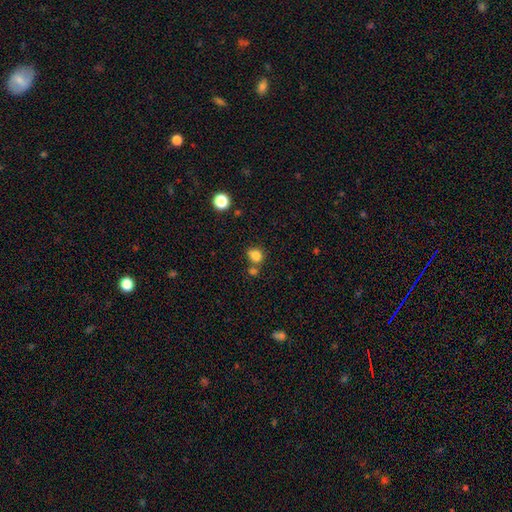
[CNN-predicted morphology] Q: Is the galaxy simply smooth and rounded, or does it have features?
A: smooth — 81%.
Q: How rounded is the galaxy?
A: round — 68%.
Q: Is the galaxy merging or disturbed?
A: none — 55%.